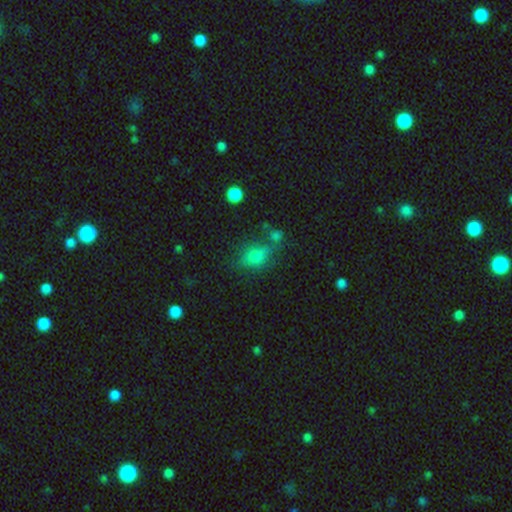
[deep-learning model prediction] A smooth galaxy with no disk features (72%) that is in between round and cigar-shaped (72%). Merging: none (55%).